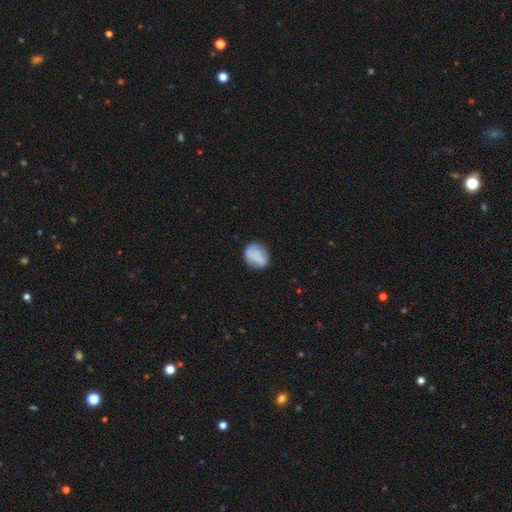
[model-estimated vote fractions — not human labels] The model was most divided on "how rounded": round: 51%, in between: 47%, cigar-shaped: 2%. More confident: smooth or featured — smooth (77%); merging — none (73%).